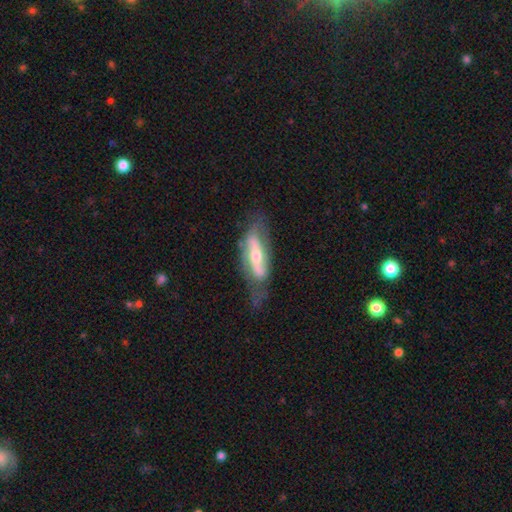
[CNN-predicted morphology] This appears to be a featured or disk galaxy (71%) with a strong bar (42%), spiral arms (74%) and a moderate central bulge (61%). Merging: none (56%).